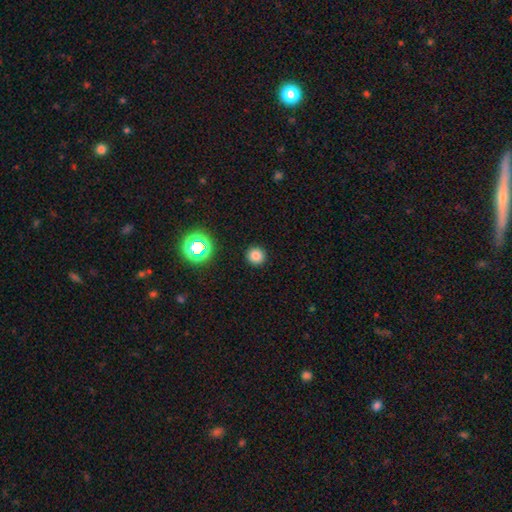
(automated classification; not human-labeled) Smooth or featured? smooth (80%)
How rounded? round (94%)
Merging? none (92%)